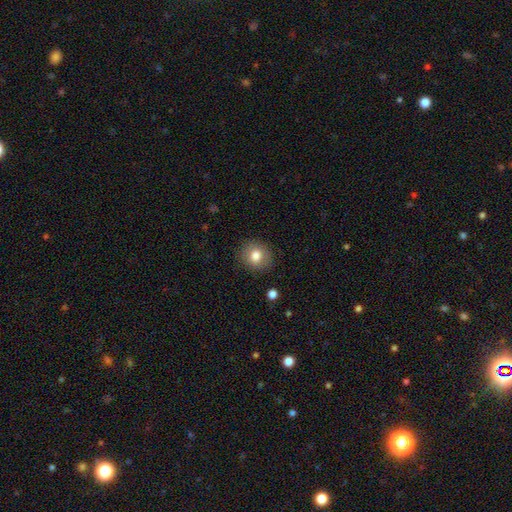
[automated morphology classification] A smooth galaxy with no disk features (80%) that is round (83%).

Vote fractions:
- Smooth or featured? smooth: 80% / featured or disk: 10% / star or artifact: 10%
- How rounded? round: 83% / in between: 16% / cigar-shaped: 1%
- Merging? none: 88% / minor disturbance: 8% / major disturbance: 2% / merger: 1%